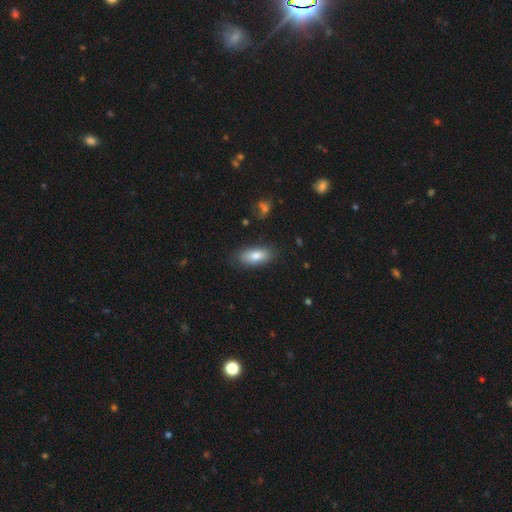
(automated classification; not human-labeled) A smooth galaxy with no disk features (80%) that is in between round and cigar-shaped (84%).

Vote fractions:
- Smooth or featured? smooth: 80% / featured or disk: 13% / star or artifact: 7%
- How rounded? in between: 84% / cigar-shaped: 13% / round: 3%
- Merging? none: 81% / minor disturbance: 14% / major disturbance: 3% / merger: 2%